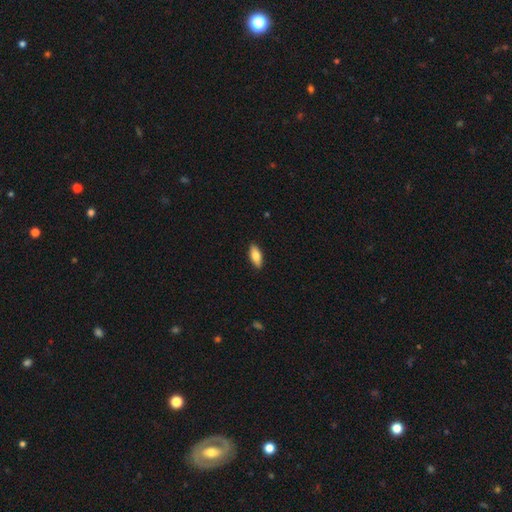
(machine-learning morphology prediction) Smooth or featured: smooth — 80% (featured or disk — 14%)
How rounded: in between — 82% (cigar-shaped — 16%)
Merging: none — 88% (minor disturbance — 9%)